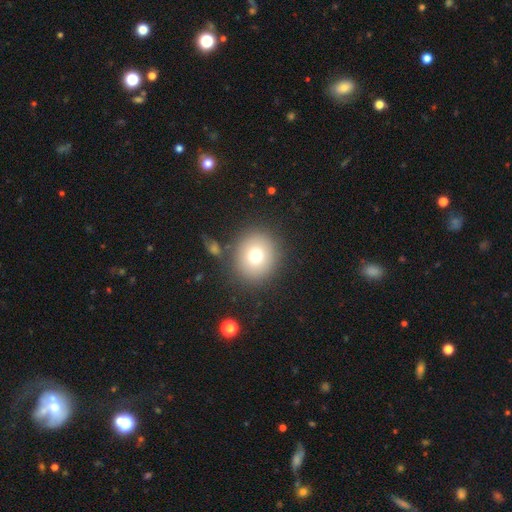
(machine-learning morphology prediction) The model was most divided on "smooth or featured": smooth: 73%, featured or disk: 14%, star or artifact: 13%. More confident: how rounded — round (86%); merging — none (84%).